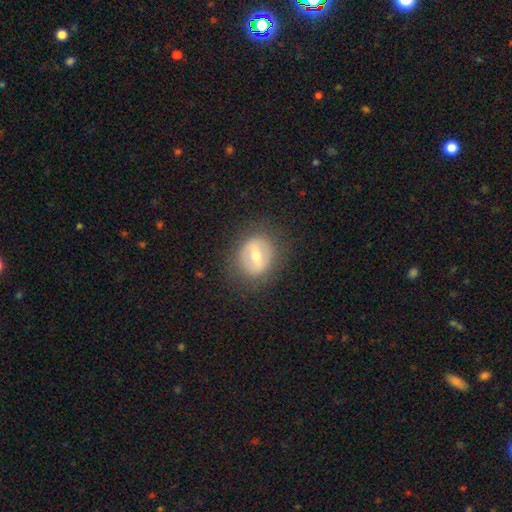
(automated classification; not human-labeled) smooth_or_featured: featured or disk (p=0.52) [alt: smooth p=0.39]
disk_edge_on: no (p=0.90) [alt: yes p=0.10]
merging: none (p=0.82) [alt: minor disturbance p=0.12]